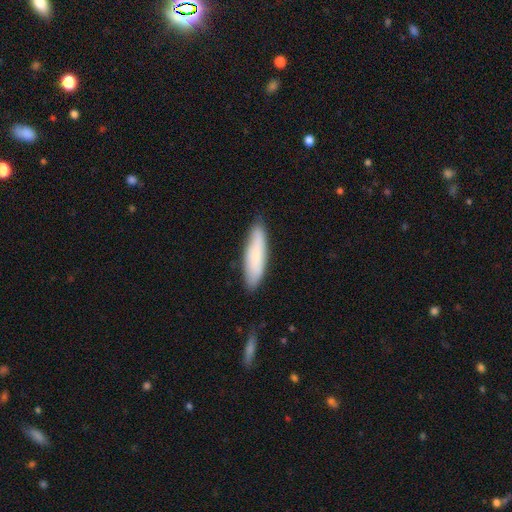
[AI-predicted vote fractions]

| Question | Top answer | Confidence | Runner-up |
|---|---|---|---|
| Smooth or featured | smooth | 77% | featured or disk (17%) |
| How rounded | cigar-shaped | 66% | in between (32%) |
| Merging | none | 83% | minor disturbance (14%) |